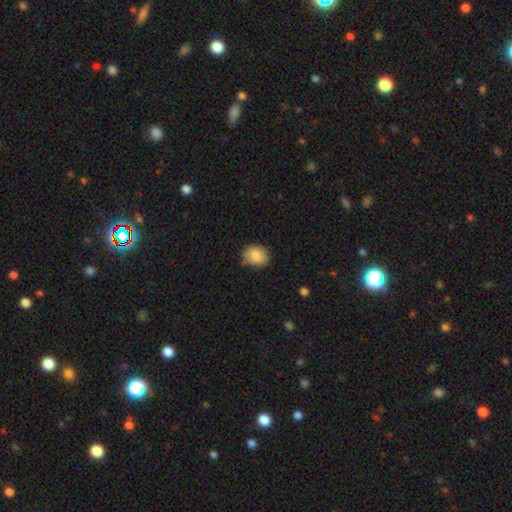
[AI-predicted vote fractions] Morphology: type=smooth (85%); roundness=round (58%); merging=none (71%).